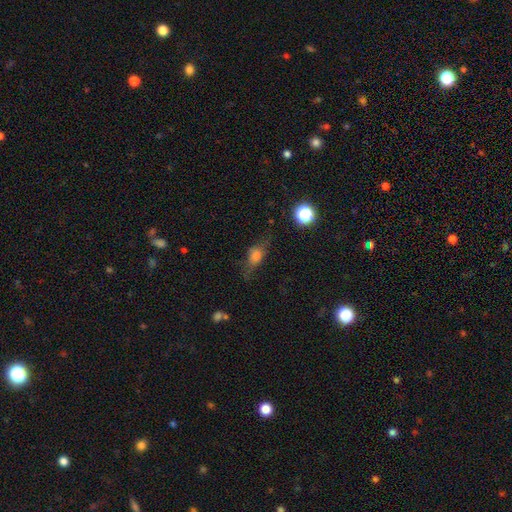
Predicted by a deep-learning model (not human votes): The model was most divided on "smooth or featured": smooth: 56%, featured or disk: 29%, star or artifact: 14%. More confident: merging — none (63%); how rounded — in between (60%).